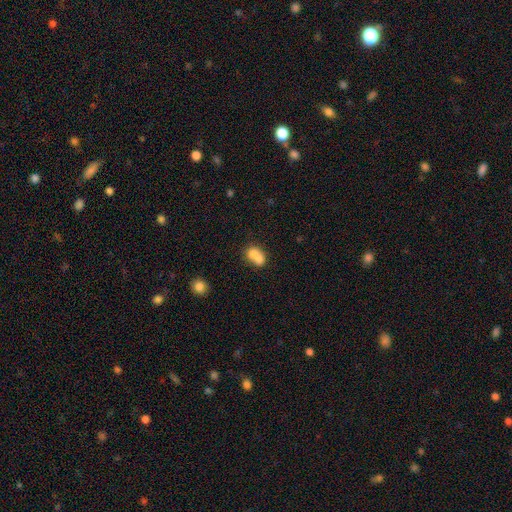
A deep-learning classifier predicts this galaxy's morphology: Q: Smooth or featured?
A: smooth (71%); runner-up: featured or disk (19%)
Q: How rounded?
A: in between (54%); runner-up: round (44%)
Q: Merging?
A: merger (68%); runner-up: none (22%)